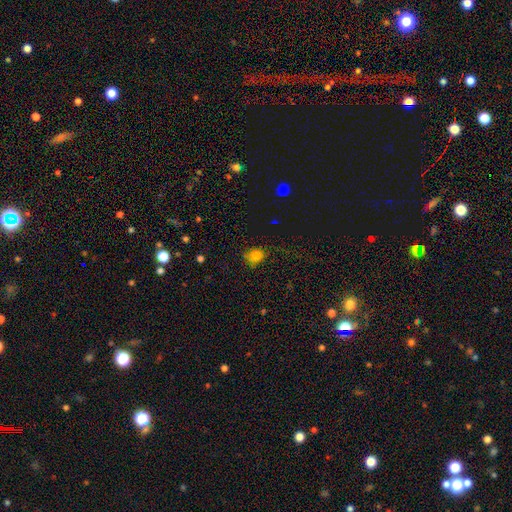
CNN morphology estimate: Q: Smooth or featured?
A: smooth (80%); runner-up: star or artifact (15%)
Q: How rounded?
A: round (57%); runner-up: in between (42%)
Q: Merging?
A: none (66%); runner-up: minor disturbance (24%)